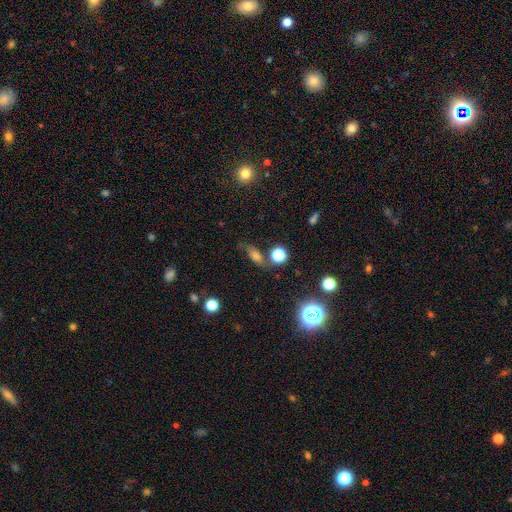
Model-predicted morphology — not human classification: A smooth galaxy with no disk features (45%).

Vote fractions:
- Smooth or featured? smooth: 45% / featured or disk: 31% / star or artifact: 24%
- Merging? none: 60% / minor disturbance: 21% / major disturbance: 12% / merger: 8%